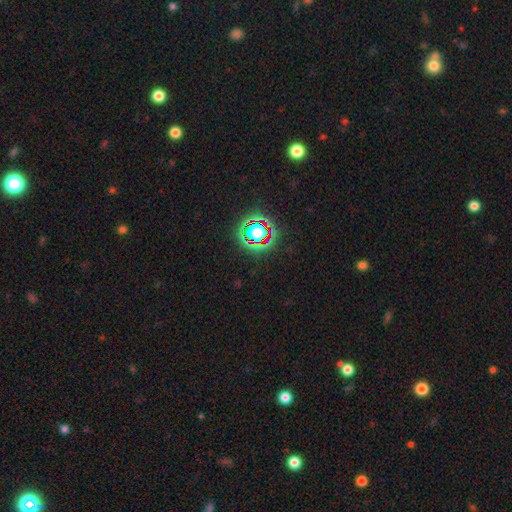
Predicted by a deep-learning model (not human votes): star or artifact 79%, smooth 13%, featured or disk 8%.